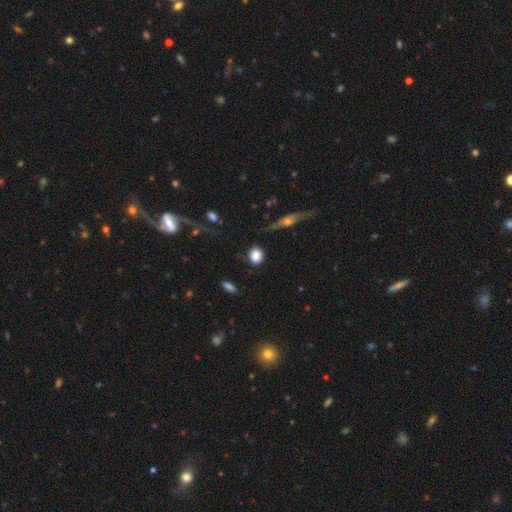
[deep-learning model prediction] smooth 84%, featured or disk 8%, star or artifact 8%. Down the decision tree: how rounded — round (55%); merging — none (77%).